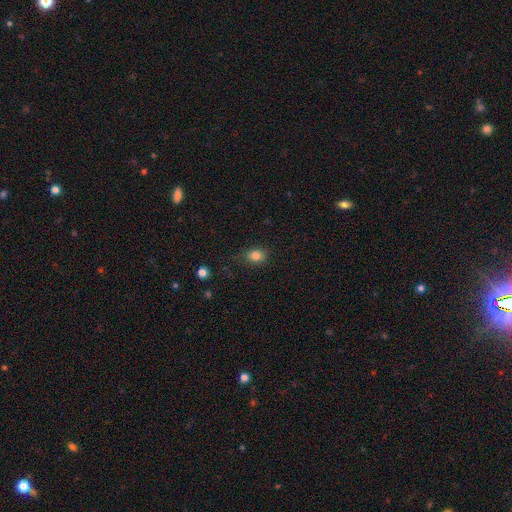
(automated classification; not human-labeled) This is clearly a smooth galaxy (82%). How rounded: possibly round (54%). Merging: likely none (78%).